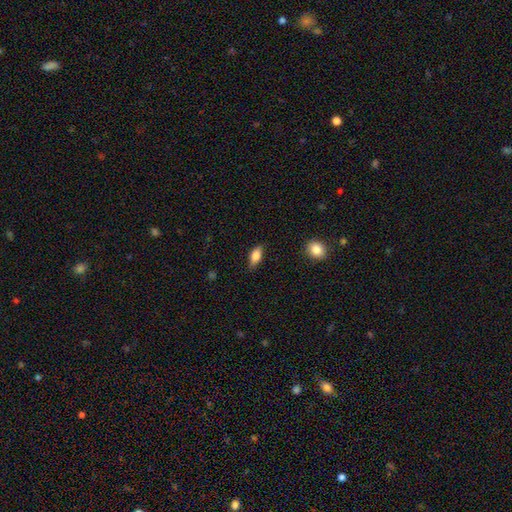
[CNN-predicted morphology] Smooth or featured: smooth — 77% (featured or disk — 16%)
How rounded: in between — 82% (cigar-shaped — 13%)
Merging: none — 80% (minor disturbance — 16%)